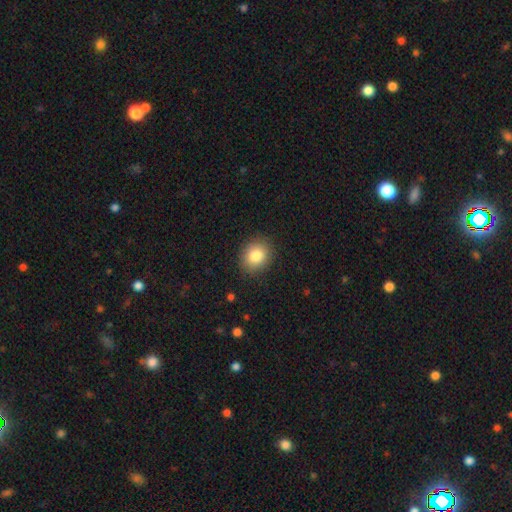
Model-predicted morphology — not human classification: This is clearly a smooth galaxy (84%). How rounded: likely round (63%). Merging: clearly none (88%).